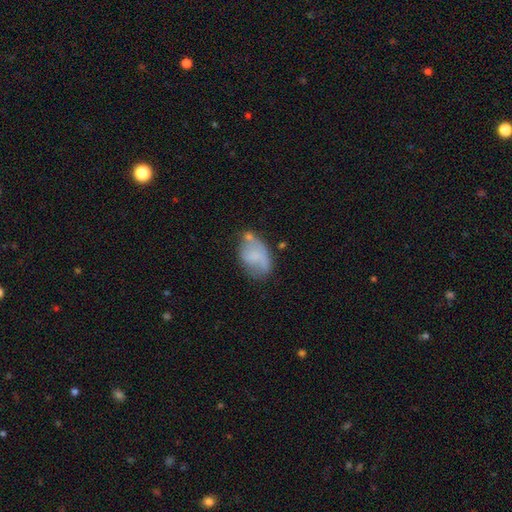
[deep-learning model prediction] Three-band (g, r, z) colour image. It shows a smooth galaxy with no disk features (56%) that is in between round and cigar-shaped (87%). Merging: none (40%).